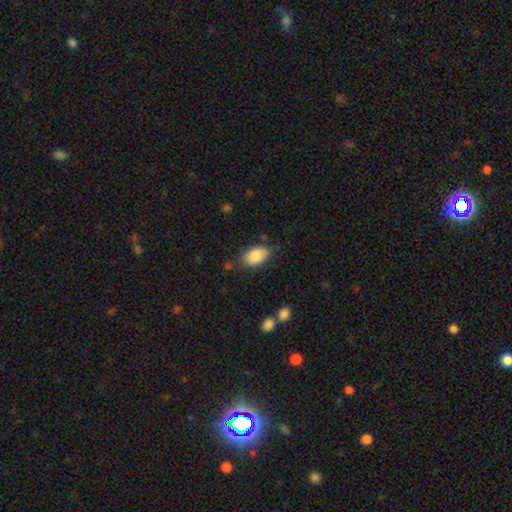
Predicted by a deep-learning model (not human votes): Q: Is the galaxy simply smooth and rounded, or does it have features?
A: smooth — 87%.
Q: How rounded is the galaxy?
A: in between — 91%.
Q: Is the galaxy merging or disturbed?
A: none — 77%.